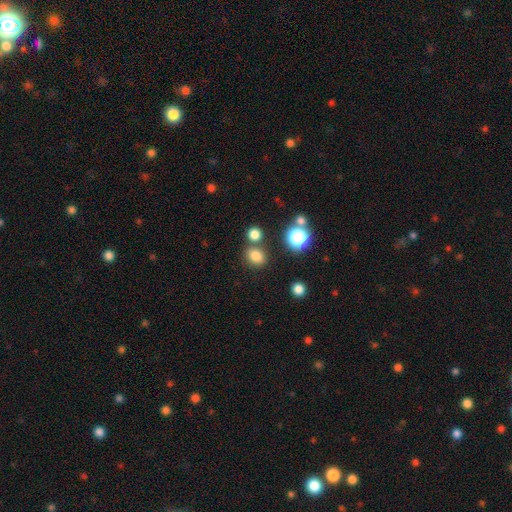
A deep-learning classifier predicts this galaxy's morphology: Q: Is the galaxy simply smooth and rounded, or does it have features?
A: smooth — 78%.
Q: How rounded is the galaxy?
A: round — 62%.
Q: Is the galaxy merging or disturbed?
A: none — 73%.